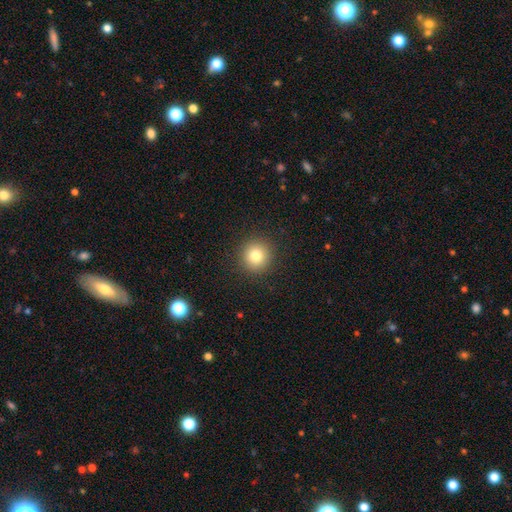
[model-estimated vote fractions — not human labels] smooth-or-featured: smooth: 80% | star or artifact: 12% | featured or disk: 8%
  how-rounded: round: 94% | in between: 5% | cigar-shaped: 1%
  merging: none: 92% | minor disturbance: 5% | major disturbance: 2% | merger: 1%